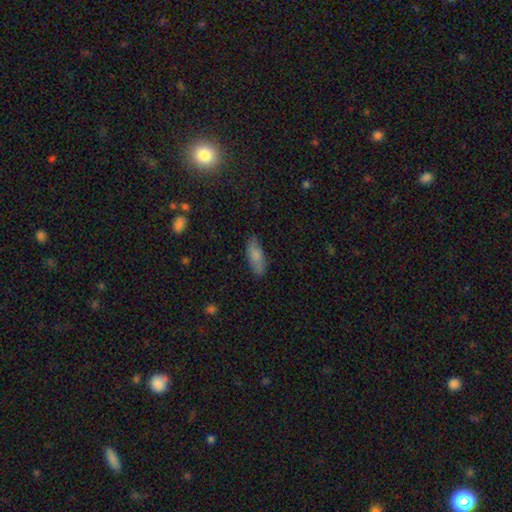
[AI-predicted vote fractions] smooth 79%, featured or disk 14%, star or artifact 7%. Down the decision tree: how rounded — in between (70%); merging — none (83%).